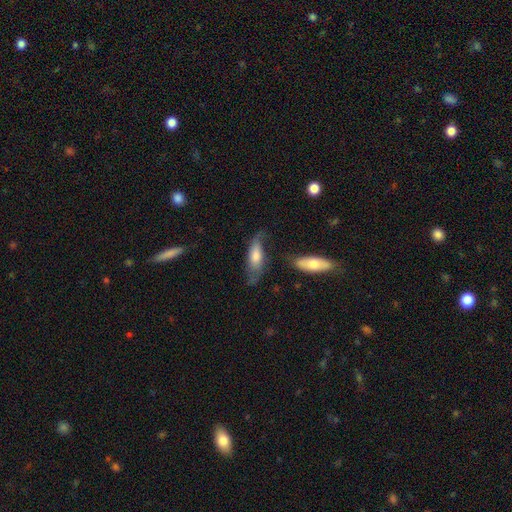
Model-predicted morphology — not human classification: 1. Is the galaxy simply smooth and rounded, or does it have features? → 48% featured or disk, 44% smooth, 8% star or artifact.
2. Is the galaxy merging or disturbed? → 52% none, 28% minor disturbance, 15% major disturbance, 5% merger.